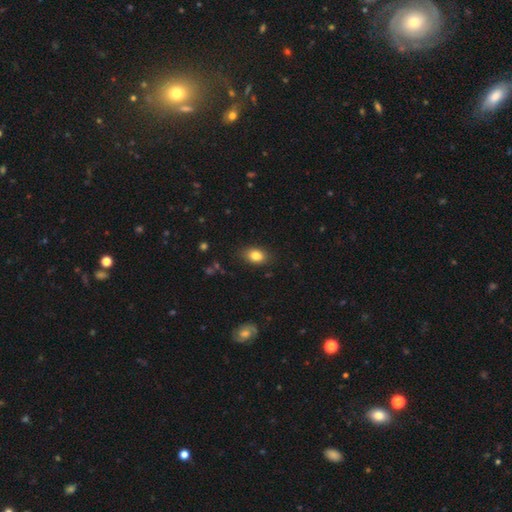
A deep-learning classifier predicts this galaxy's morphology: Smooth or featured? Predicted: smooth (p=0.82). How rounded? Predicted: in between (p=0.81). Merging? Predicted: none (p=0.85).